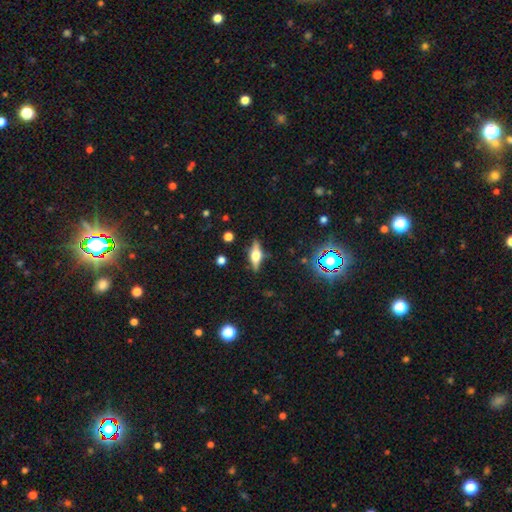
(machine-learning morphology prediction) smooth_or_featured: featured or disk (p=0.61) [alt: smooth p=0.29]
disk_edge_on: yes (p=0.94) [alt: no p=0.06]
edge_on_bulge: rounded (p=0.90) [alt: boxy p=0.08]
merging: none (p=0.85) [alt: minor disturbance p=0.10]